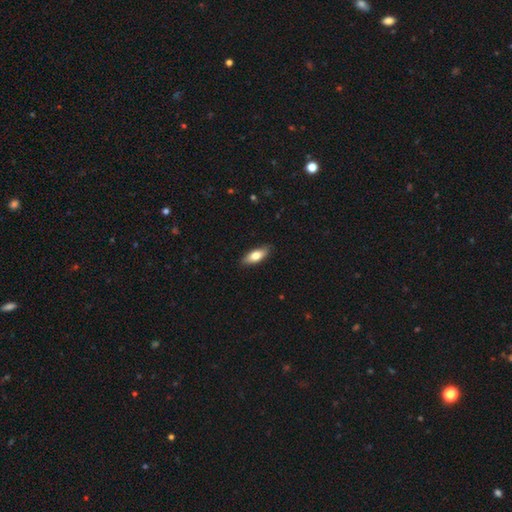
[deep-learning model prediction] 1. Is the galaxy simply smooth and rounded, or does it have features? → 74% smooth, 20% featured or disk, 6% star or artifact.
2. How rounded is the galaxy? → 73% in between, 24% cigar-shaped, 2% round.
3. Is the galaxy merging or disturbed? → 87% none, 10% minor disturbance, 2% major disturbance, 1% merger.